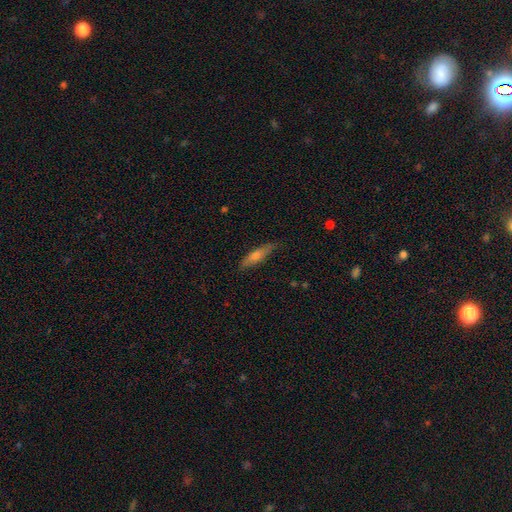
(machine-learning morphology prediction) A smooth galaxy with no disk features (53%) that is cigar-shaped (78%). Merging: none (81%).